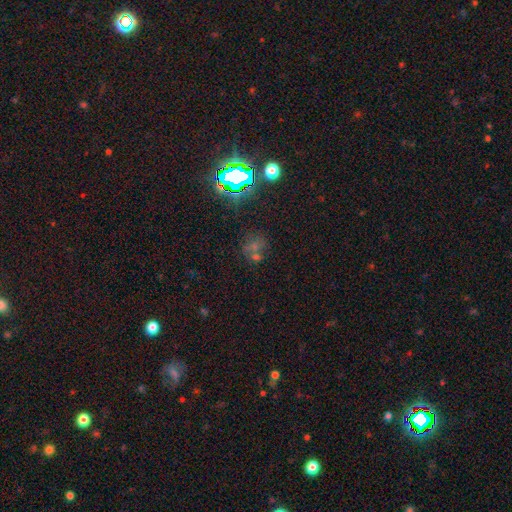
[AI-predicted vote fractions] This appears to be a star or artifact, not a galaxy (50%).